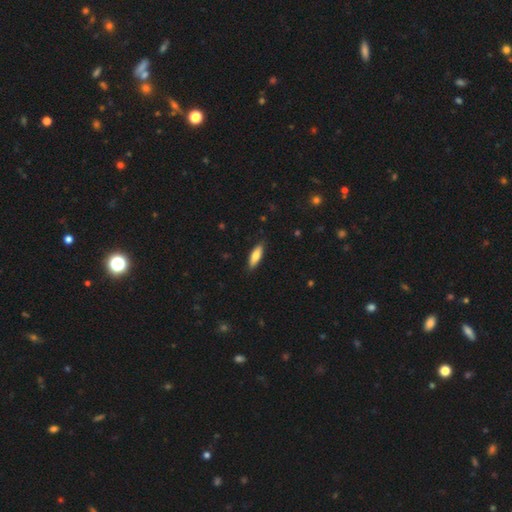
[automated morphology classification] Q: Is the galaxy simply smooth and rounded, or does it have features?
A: smooth — 77%.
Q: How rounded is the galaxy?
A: in between — 53%.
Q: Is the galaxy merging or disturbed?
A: none — 87%.